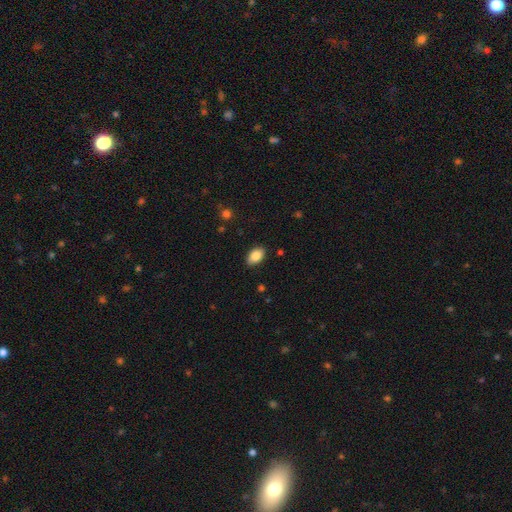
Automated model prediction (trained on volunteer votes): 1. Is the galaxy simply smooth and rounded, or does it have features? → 86% smooth, 7% star or artifact, 6% featured or disk.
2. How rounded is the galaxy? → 91% in between, 7% round, 1% cigar-shaped.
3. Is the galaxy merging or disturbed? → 86% none, 10% minor disturbance, 2% major disturbance, 1% merger.